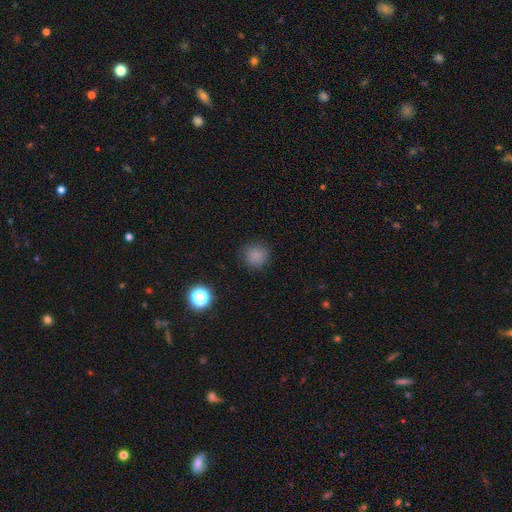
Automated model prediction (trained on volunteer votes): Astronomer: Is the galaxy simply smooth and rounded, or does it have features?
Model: smooth — 81%.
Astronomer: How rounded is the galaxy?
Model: round — 91%.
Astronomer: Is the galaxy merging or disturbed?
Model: none — 85%.